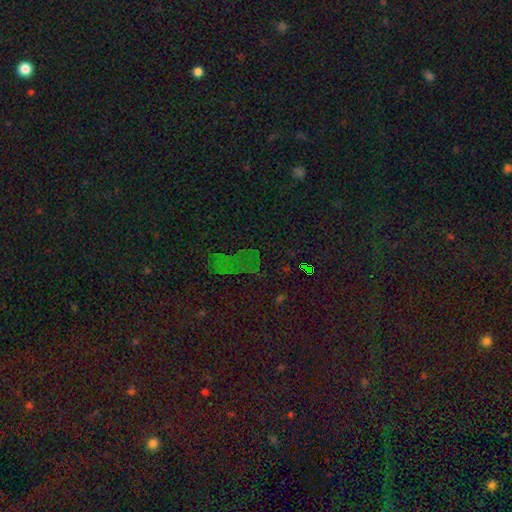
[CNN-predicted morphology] Smooth or featured?
  - star or artifact: 75% *
  - smooth: 16%
  - featured or disk: 9%